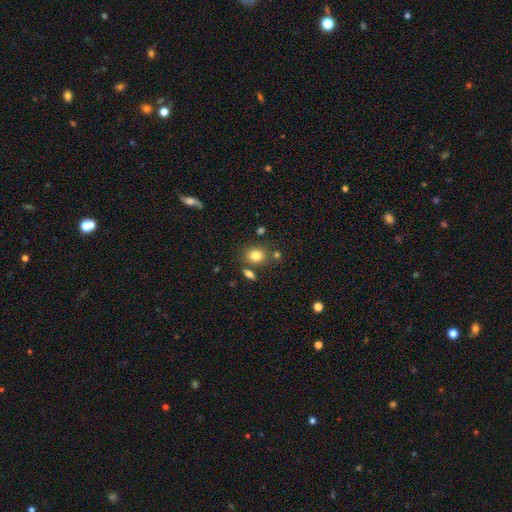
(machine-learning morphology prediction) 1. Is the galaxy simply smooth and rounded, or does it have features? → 80% smooth, 11% star or artifact, 8% featured or disk.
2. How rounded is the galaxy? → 59% round, 40% in between, 1% cigar-shaped.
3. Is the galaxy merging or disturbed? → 71% none, 13% merger, 12% minor disturbance, 4% major disturbance.